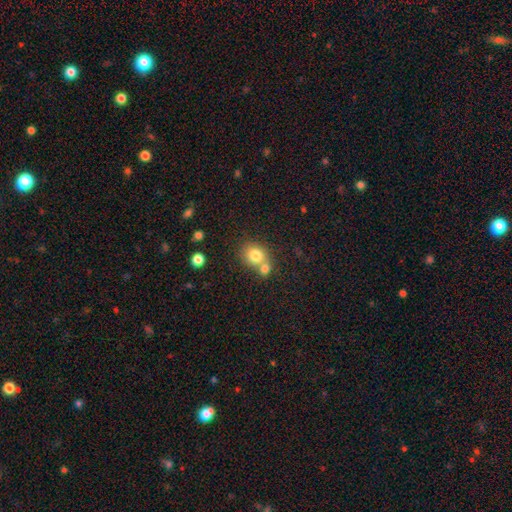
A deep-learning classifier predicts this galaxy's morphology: Smooth or featured? Predicted: smooth (p=0.79). How rounded? Predicted: round (p=0.72). Merging? Predicted: none (p=0.44, tied with merger).